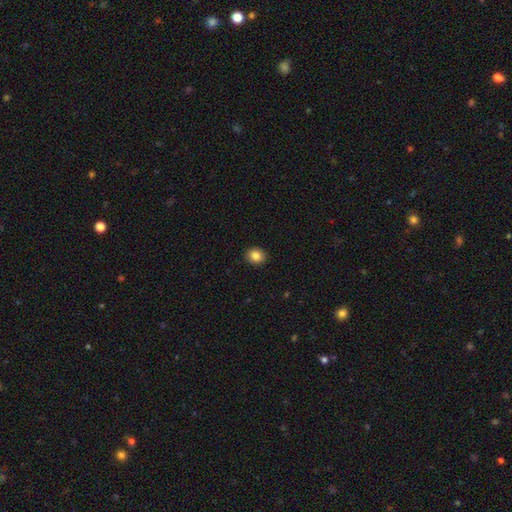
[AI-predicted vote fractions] smooth-or-featured: smooth: 85% | star or artifact: 10% | featured or disk: 5%
  how-rounded: round: 70% | in between: 29% | cigar-shaped: 1%
  merging: none: 92% | minor disturbance: 6% | major disturbance: 2% | merger: 1%